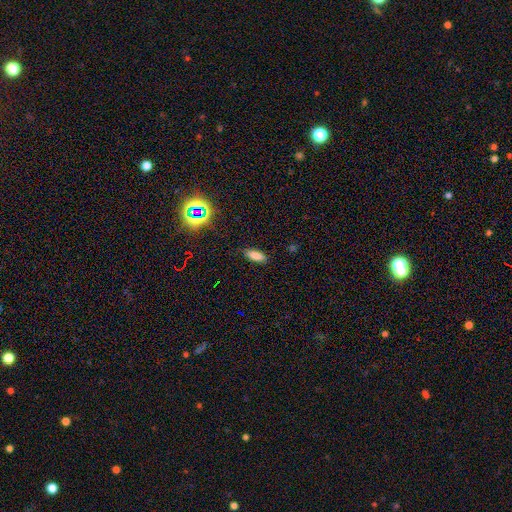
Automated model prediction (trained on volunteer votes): Q: Smooth or featured?
A: smooth (80%); runner-up: star or artifact (13%)
Q: How rounded?
A: in between (73%); runner-up: cigar-shaped (25%)
Q: Merging?
A: none (84%); runner-up: minor disturbance (12%)